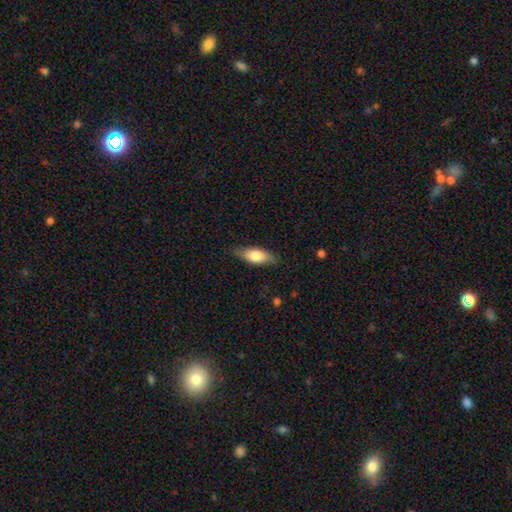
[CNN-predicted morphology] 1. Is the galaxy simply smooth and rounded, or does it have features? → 74% smooth, 20% featured or disk, 6% star or artifact.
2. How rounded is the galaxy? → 77% in between, 21% cigar-shaped, 3% round.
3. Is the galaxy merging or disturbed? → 81% none, 15% minor disturbance, 3% major disturbance, 1% merger.